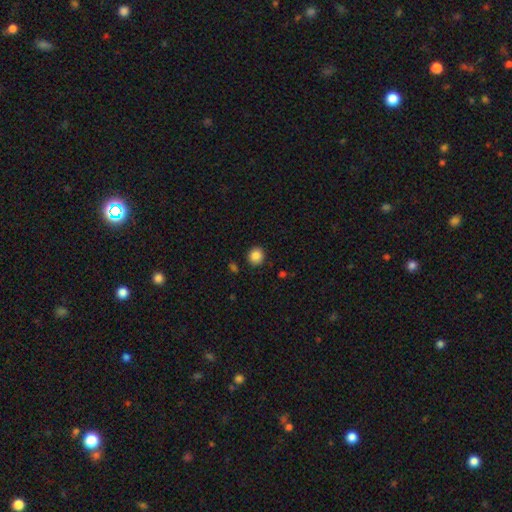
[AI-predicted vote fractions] smooth_or_featured: smooth (p=0.87) [alt: star or artifact p=0.10]
how_rounded: round (p=0.82) [alt: in between p=0.17]
merging: none (p=0.89) [alt: minor disturbance p=0.07]